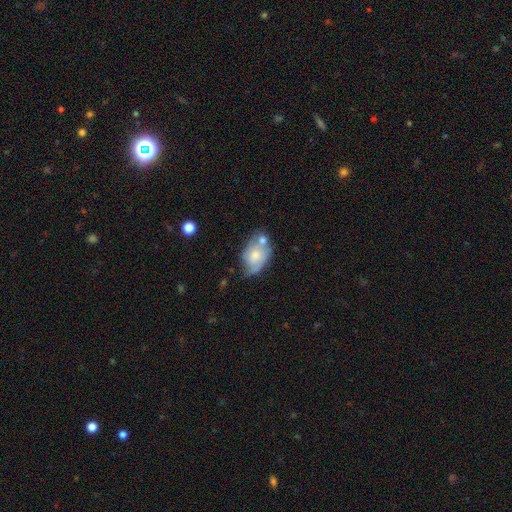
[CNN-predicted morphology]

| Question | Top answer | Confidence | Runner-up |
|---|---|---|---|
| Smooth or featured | smooth | 52% | featured or disk (41%) |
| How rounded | in between | 86% | round (12%) |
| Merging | none | 34% | minor disturbance (28%) |